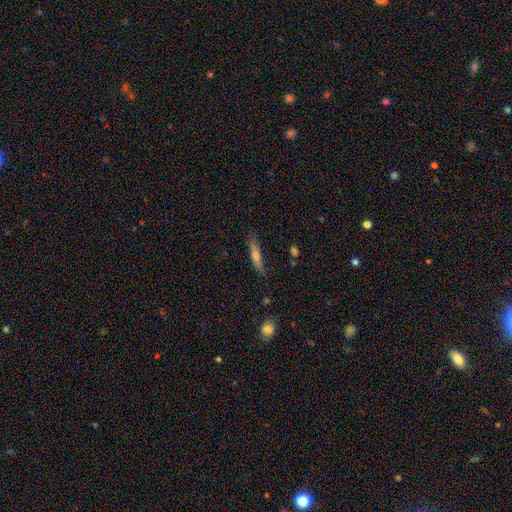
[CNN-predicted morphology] Smooth or featured?
  - smooth: 58% *
  - featured or disk: 34%
  - star or artifact: 7%
How rounded?
  - cigar-shaped: 86% *
  - in between: 12%
  - round: 2%
Merging?
  - none: 82% *
  - minor disturbance: 13%
  - major disturbance: 3%
  - merger: 2%